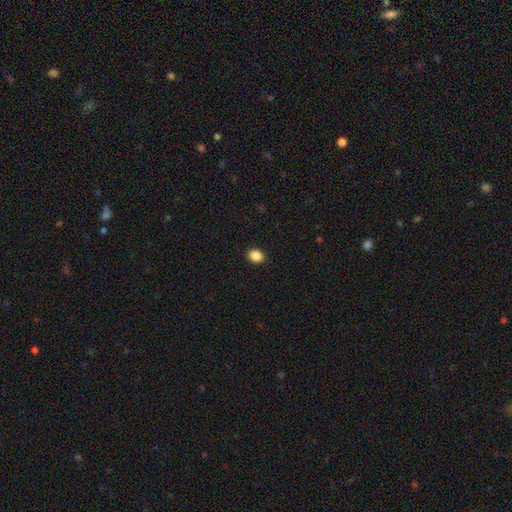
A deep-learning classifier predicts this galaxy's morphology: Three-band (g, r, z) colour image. It shows a smooth galaxy with no disk features (87%) that is round (50%). Merging: none (91%).